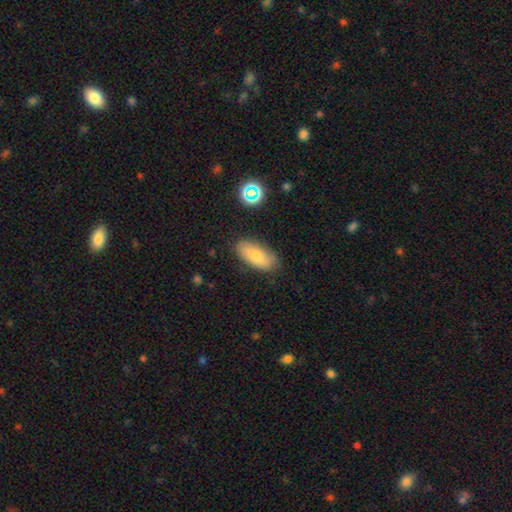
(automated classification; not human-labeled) Overall: smooth (72%). How rounded: in between (89%). Merging: none (79%).